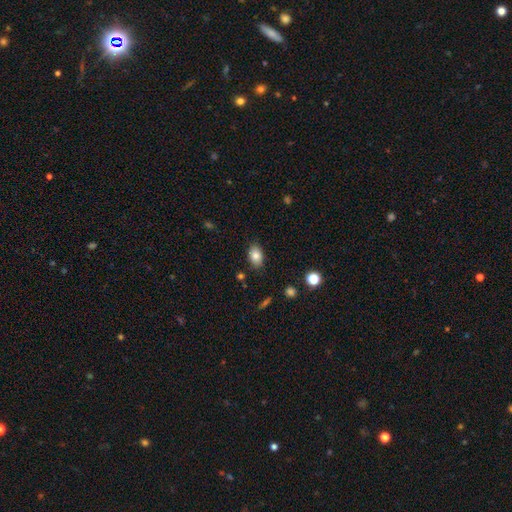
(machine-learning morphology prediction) type=smooth (83%); roundness=in between (87%); merging=none (84%).